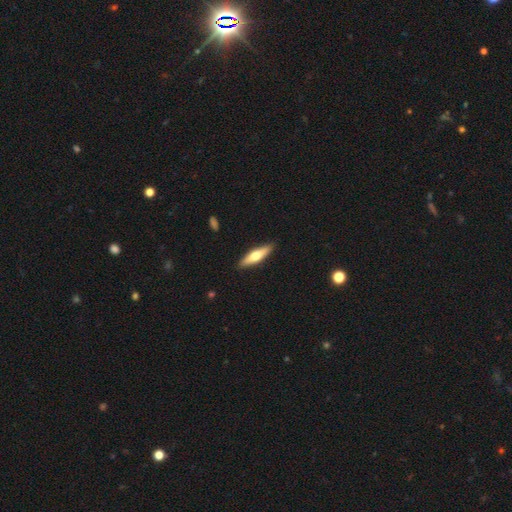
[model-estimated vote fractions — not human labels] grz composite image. It shows a smooth galaxy with no disk features (52%) that is cigar-shaped (69%). Merging: none (90%).